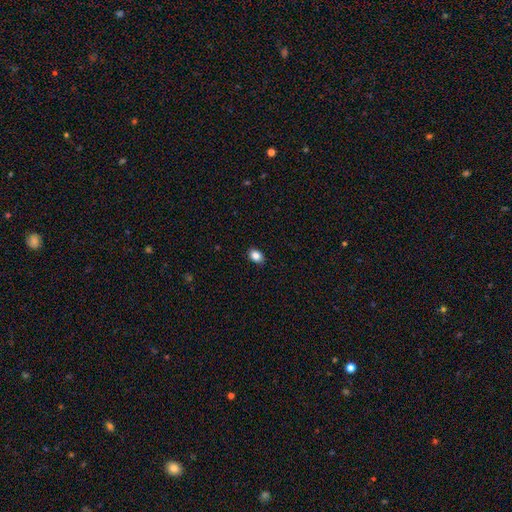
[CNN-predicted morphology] This appears to be a smooth galaxy with no disk features (86%) that is in between round and cigar-shaped (76%). Merging: none (89%).